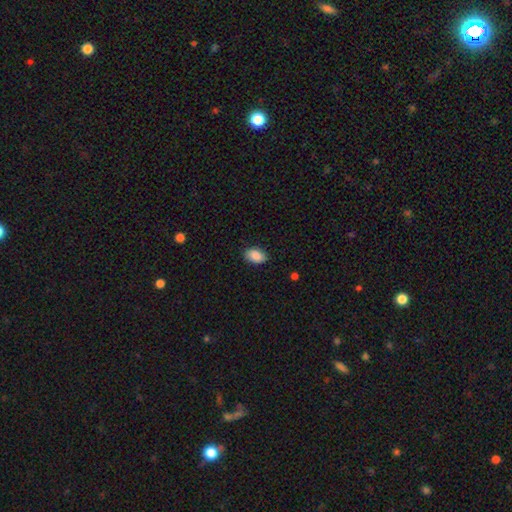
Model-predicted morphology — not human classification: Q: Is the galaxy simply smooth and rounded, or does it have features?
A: smooth — 88%.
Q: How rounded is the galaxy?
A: in between — 89%.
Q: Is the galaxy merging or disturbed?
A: none — 86%.